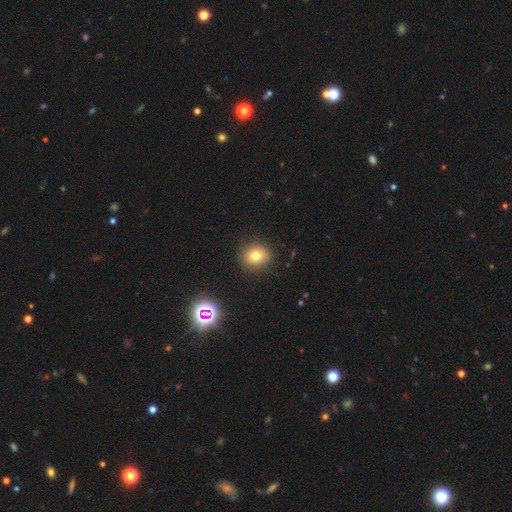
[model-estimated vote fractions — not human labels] Smooth or featured?
  - smooth: 76% *
  - star or artifact: 15%
  - featured or disk: 10%
How rounded?
  - round: 79% *
  - in between: 20%
  - cigar-shaped: 1%
Merging?
  - none: 87% *
  - minor disturbance: 9%
  - major disturbance: 3%
  - merger: 1%